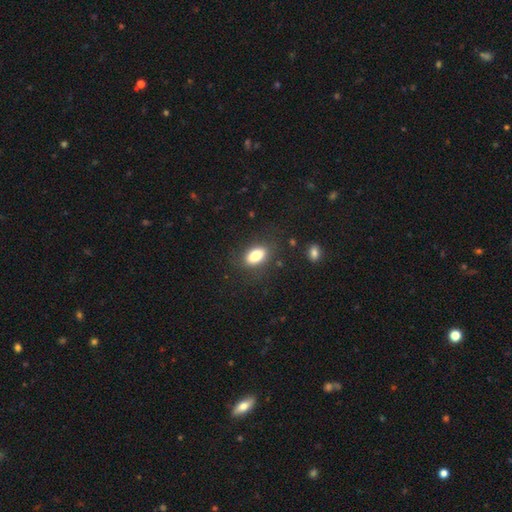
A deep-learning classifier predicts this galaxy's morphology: smooth 82%, featured or disk 10%, star or artifact 8%. Down the decision tree: how rounded — in between (89%); merging — none (82%).